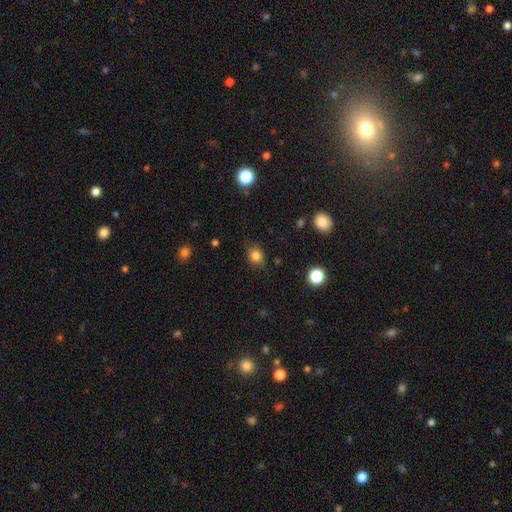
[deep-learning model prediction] smooth-or-featured: smooth: 81% | star or artifact: 12% | featured or disk: 7%
  how-rounded: round: 59% | in between: 40% | cigar-shaped: 1%
  merging: none: 78% | minor disturbance: 17% | major disturbance: 4% | merger: 1%